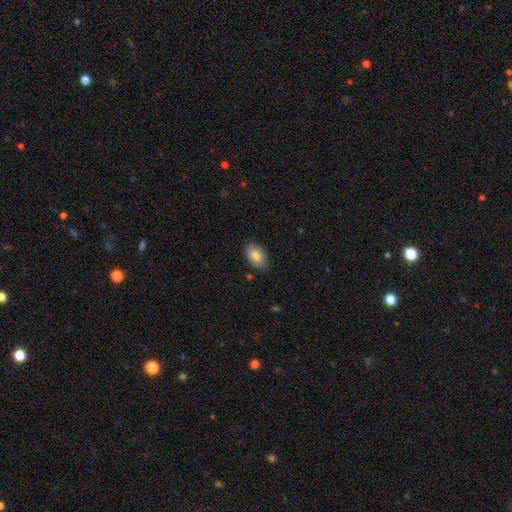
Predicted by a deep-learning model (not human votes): This appears to be a smooth galaxy with no disk features (83%) that is in between round and cigar-shaped (93%). Merging: none (86%).